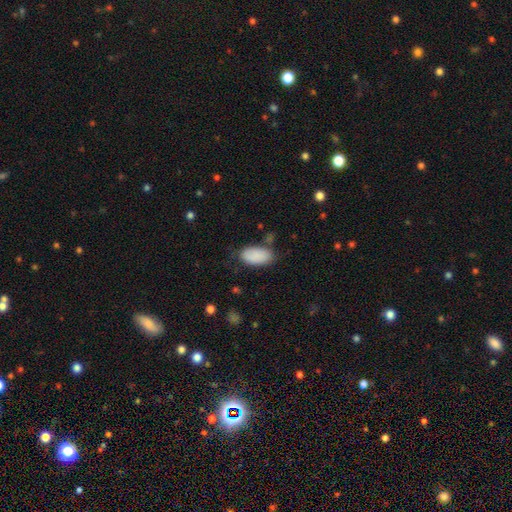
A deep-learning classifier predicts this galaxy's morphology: Smooth or featured: smooth — 88% (star or artifact — 7%)
How rounded: in between — 95% (round — 3%)
Merging: none — 68% (minor disturbance — 21%)